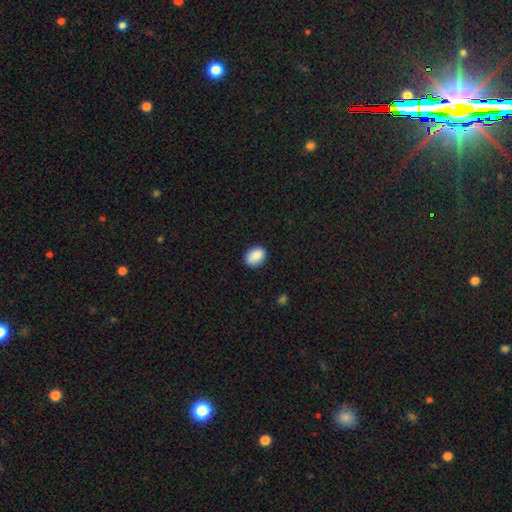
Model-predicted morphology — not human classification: This is clearly a smooth galaxy (88%). How rounded: likely in between (73%). Merging: clearly none (84%).